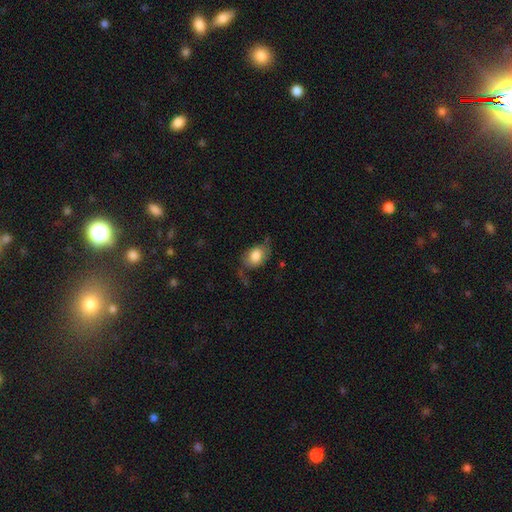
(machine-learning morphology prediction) Q: Smooth or featured?
A: smooth (79%); runner-up: featured or disk (14%)
Q: How rounded?
A: in between (75%); runner-up: round (23%)
Q: Merging?
A: none (55%); runner-up: minor disturbance (27%)